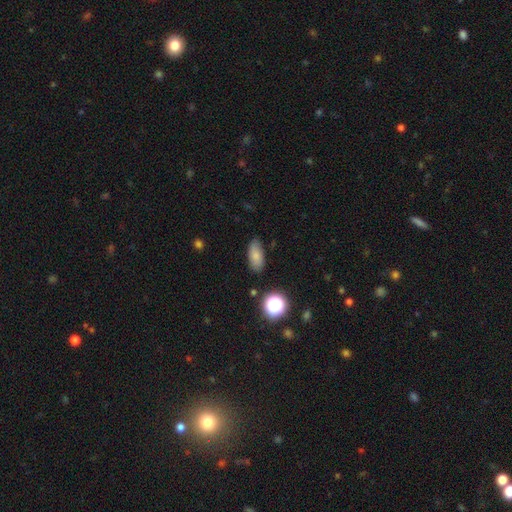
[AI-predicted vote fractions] smooth_or_featured: smooth (p=0.80) [alt: star or artifact p=0.10]
how_rounded: in between (p=0.86) [alt: cigar-shaped p=0.09]
merging: none (p=0.82) [alt: minor disturbance p=0.13]